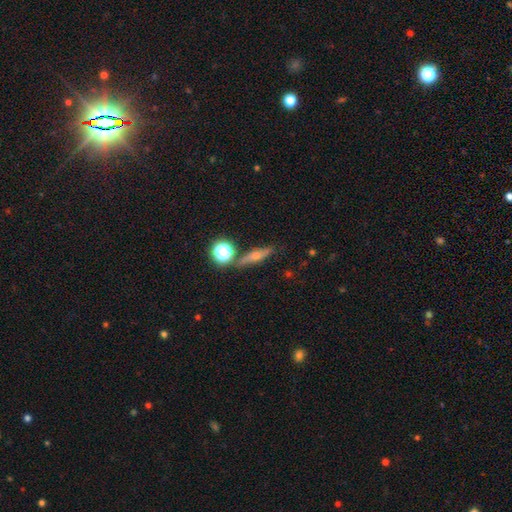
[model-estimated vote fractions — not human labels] This is possibly a featured or disk galaxy (52%). It is clearly viewed edge-on (87%). Merging: clearly none (81%).